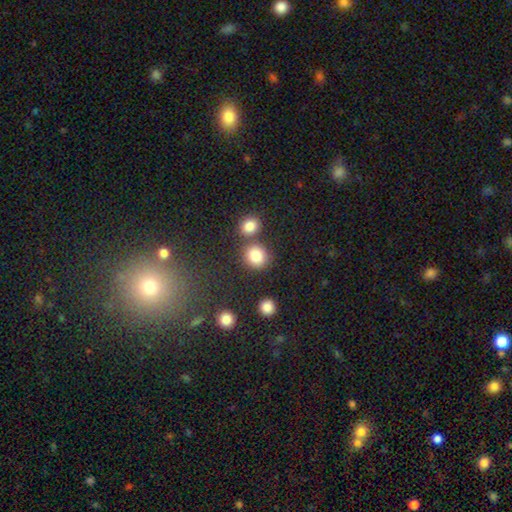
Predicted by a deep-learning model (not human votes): Overall: smooth (83%). How rounded: round (80%). Merging: none (66%).